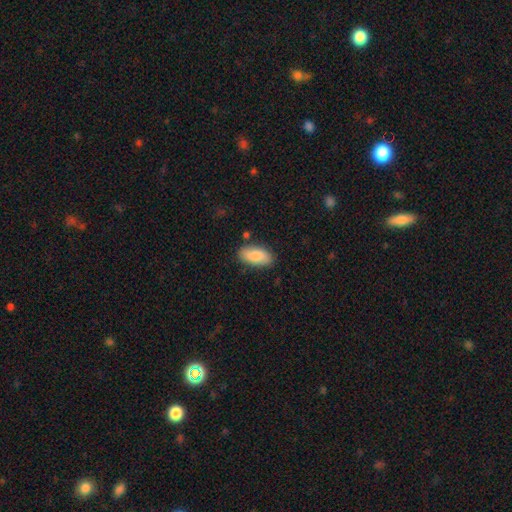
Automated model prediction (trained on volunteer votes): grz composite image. It shows a smooth galaxy with no disk features (86%) that is in between round and cigar-shaped (90%). Merging: none (83%).